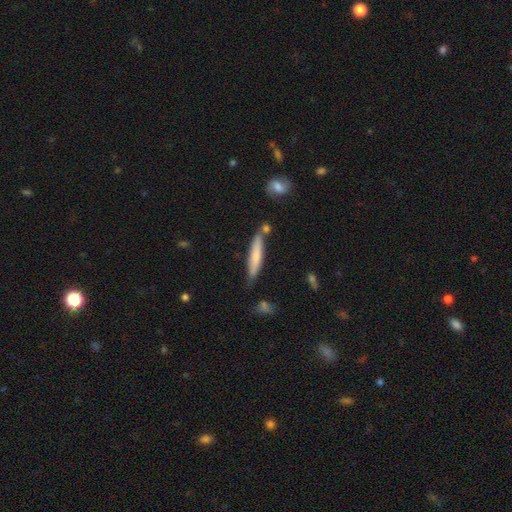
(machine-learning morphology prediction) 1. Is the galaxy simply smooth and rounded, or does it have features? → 66% smooth, 29% featured or disk, 6% star or artifact.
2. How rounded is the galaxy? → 91% cigar-shaped, 8% in between, 1% round.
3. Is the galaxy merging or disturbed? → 72% none, 17% minor disturbance, 8% merger, 3% major disturbance.